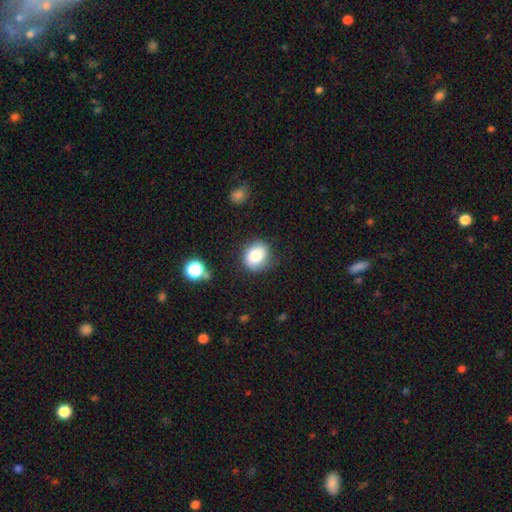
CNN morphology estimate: smooth_or_featured: smooth (p=0.80) [alt: featured or disk p=0.11]
how_rounded: round (p=0.61) [alt: in between p=0.38]
merging: none (p=0.78) [alt: minor disturbance p=0.16]